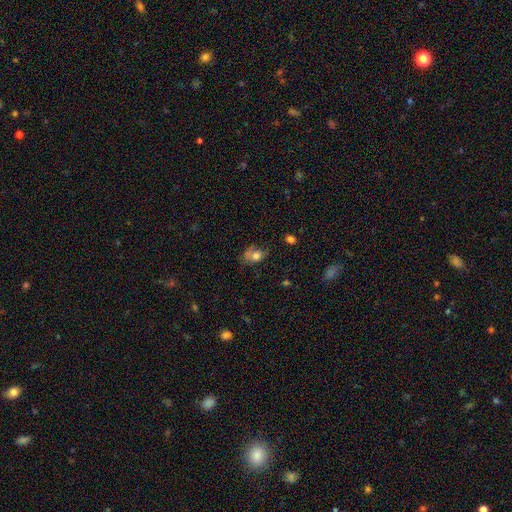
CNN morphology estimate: Smooth or featured? smooth (70%)
How rounded? in between (75%)
Merging? none (43%)